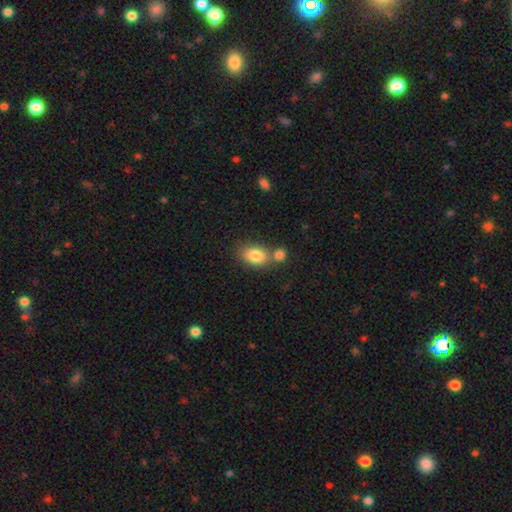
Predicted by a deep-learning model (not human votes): Q: Smooth or featured?
A: smooth (82%); runner-up: featured or disk (10%)
Q: How rounded?
A: in between (79%); runner-up: round (19%)
Q: Merging?
A: none (52%); runner-up: merger (32%)